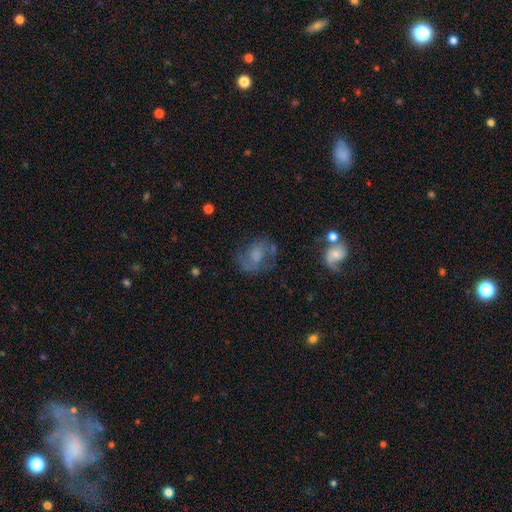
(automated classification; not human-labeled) smooth-or-featured: featured or disk: 50% | smooth: 38% | star or artifact: 12%
  disk-edge-on: no: 97% | yes: 3%
  merging: none: 49% | minor disturbance: 22% | major disturbance: 22% | merger: 6%